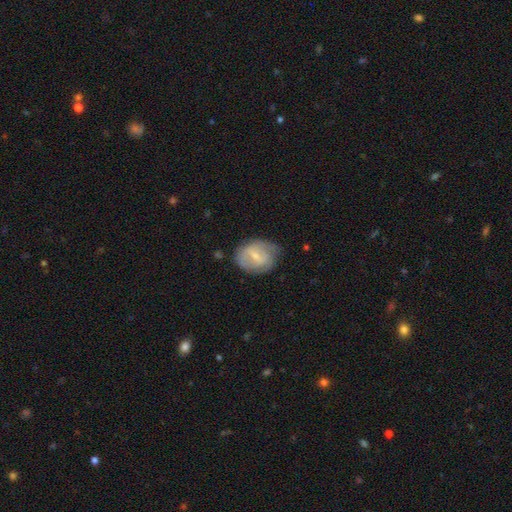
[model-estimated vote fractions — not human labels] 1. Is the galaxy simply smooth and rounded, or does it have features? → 53% featured or disk, 40% smooth, 6% star or artifact.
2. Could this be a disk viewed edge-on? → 95% no, 5% yes.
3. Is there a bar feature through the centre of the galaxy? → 54% weak, 26% strong, 20% no.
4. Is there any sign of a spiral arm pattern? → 57% yes, 43% no.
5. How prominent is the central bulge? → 61% small, 32% moderate, 5% none, 1% large, 1% dominant.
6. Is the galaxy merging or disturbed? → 59% none, 29% minor disturbance, 10% major disturbance, 2% merger.